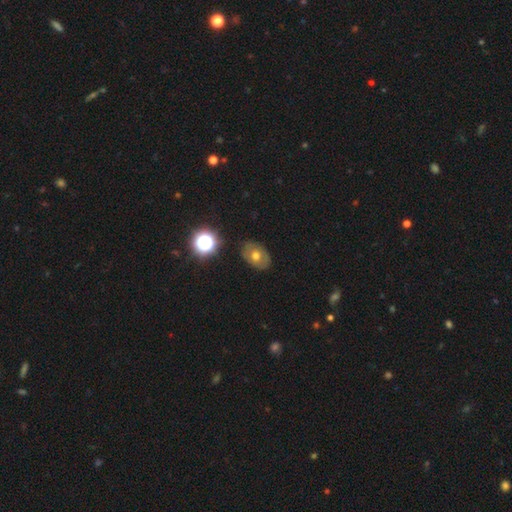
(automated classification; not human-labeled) Morphology: type=smooth (56%); roundness=in between (70%); merging=none (82%).